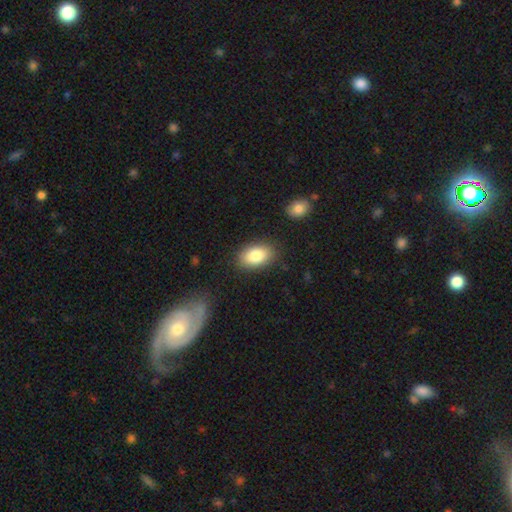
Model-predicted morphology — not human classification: A smooth galaxy with no disk features (84%) that is in between round and cigar-shaped (92%). Merging: none (86%).